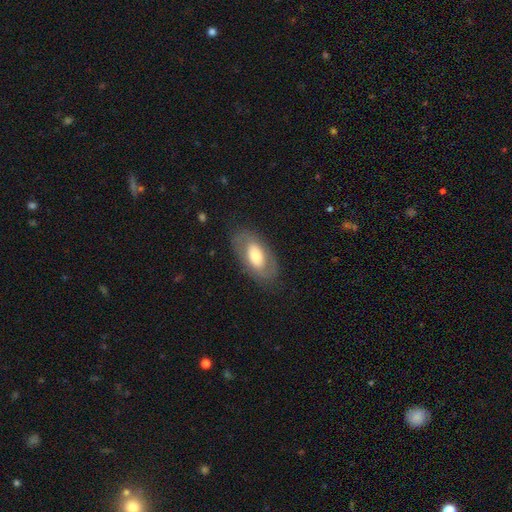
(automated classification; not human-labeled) A featured or disk galaxy (47%, tied with smooth). Merging: none (79%).